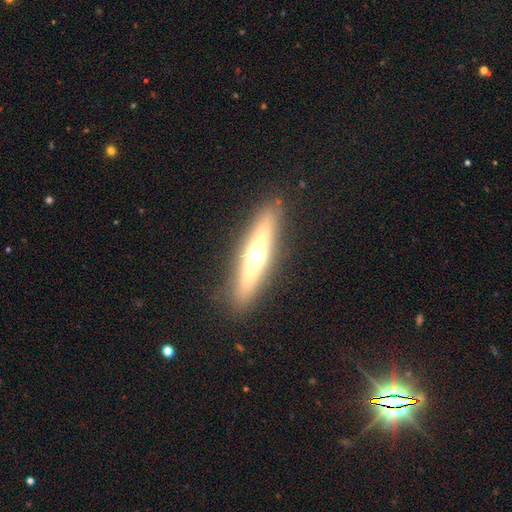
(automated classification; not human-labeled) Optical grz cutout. It shows a featured or disk galaxy (58%) viewed edge-on (91%) with a rounded central bulge (90%). Merging: none (87%).